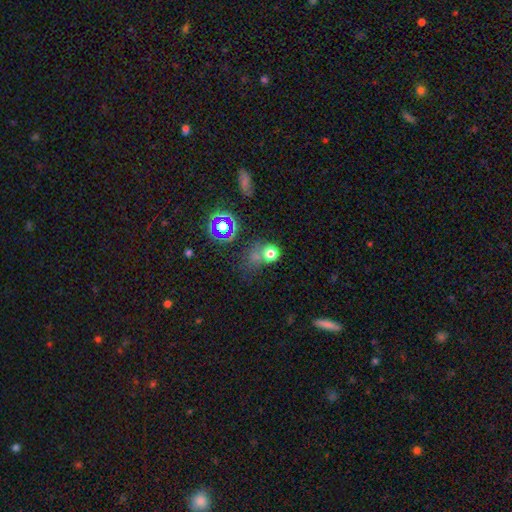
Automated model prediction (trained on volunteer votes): smooth-or-featured: smooth: 51% | star or artifact: 39% | featured or disk: 11%
  how-rounded: round: 72% | in between: 26% | cigar-shaped: 2%
  merging: none: 52% | minor disturbance: 17% | merger: 16% | major disturbance: 15%